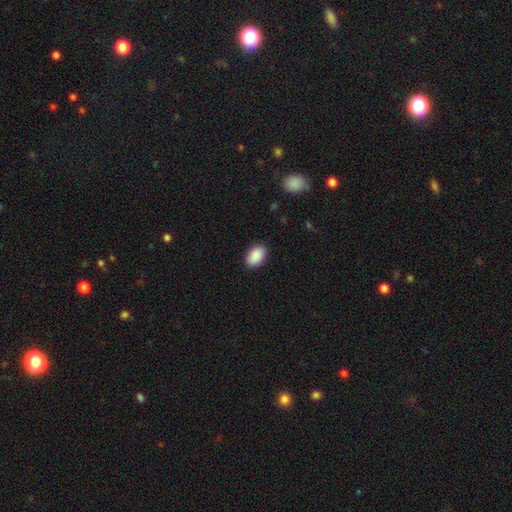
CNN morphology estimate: Smooth or featured: smooth — 91% (star or artifact — 7%)
How rounded: in between — 90% (round — 9%)
Merging: none — 89% (minor disturbance — 8%)